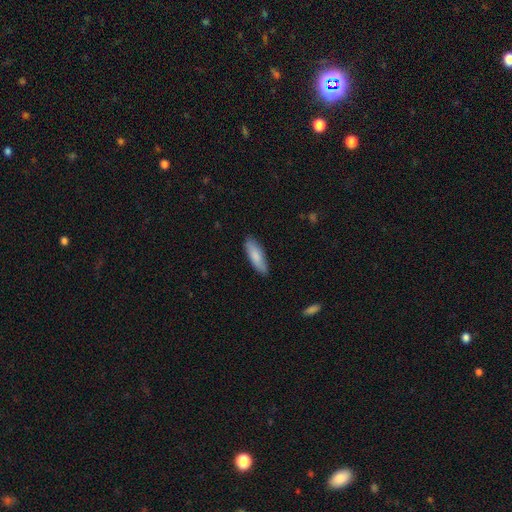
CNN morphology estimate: Smooth or featured? smooth (82%)
How rounded? cigar-shaped (49%, tied with in between)
Merging? none (85%)